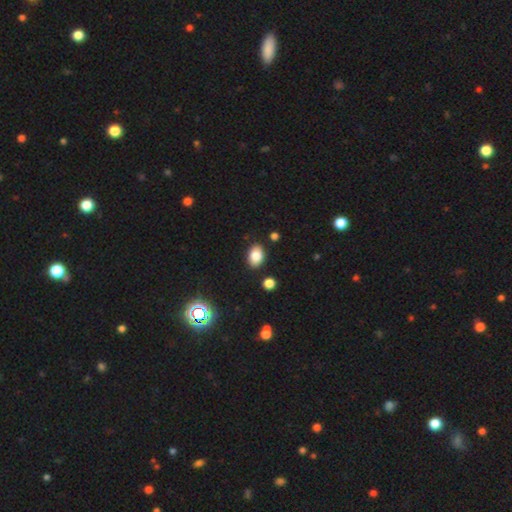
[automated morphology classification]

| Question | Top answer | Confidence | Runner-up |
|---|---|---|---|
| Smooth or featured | smooth | 83% | star or artifact (10%) |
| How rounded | in between | 84% | round (15%) |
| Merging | none | 85% | minor disturbance (10%) |